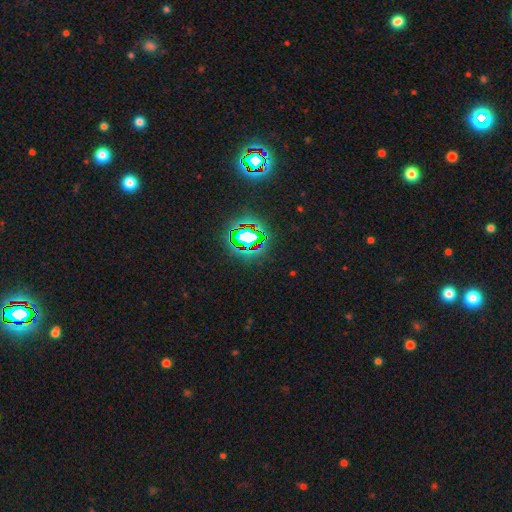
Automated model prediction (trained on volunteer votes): Q: Smooth or featured?
A: star or artifact (77%); runner-up: smooth (14%)